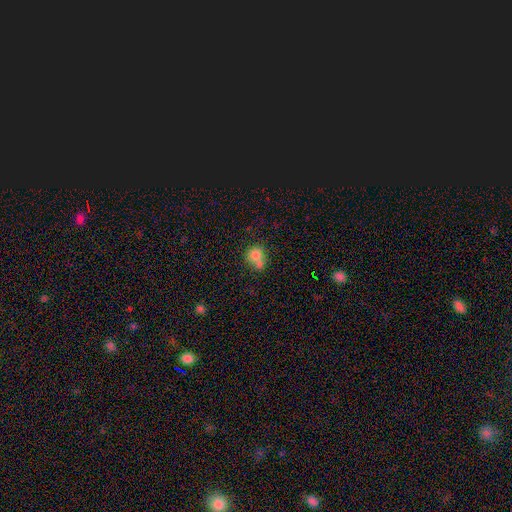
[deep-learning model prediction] A smooth galaxy with no disk features (76%) that is round (76%). Merging: none (40%, tied with merger).